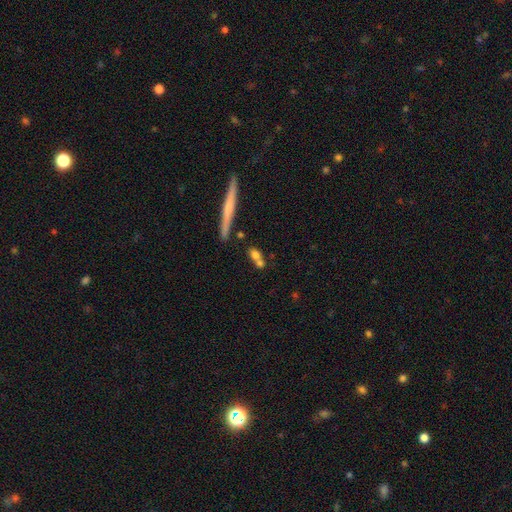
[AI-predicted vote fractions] Q: Smooth or featured?
A: smooth (69%); runner-up: featured or disk (20%)
Q: How rounded?
A: in between (42%); runner-up: round (35%)
Q: Merging?
A: none (47%); runner-up: merger (39%)